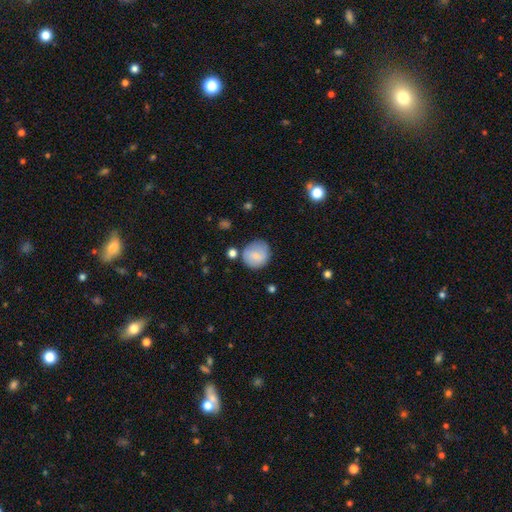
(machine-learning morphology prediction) A smooth galaxy with no disk features (79%) that is round (86%).

Vote fractions:
- Smooth or featured? smooth: 79% / featured or disk: 14% / star or artifact: 7%
- How rounded? round: 86% / in between: 13% / cigar-shaped: 1%
- Merging? none: 72% / minor disturbance: 18% / merger: 5% / major disturbance: 5%